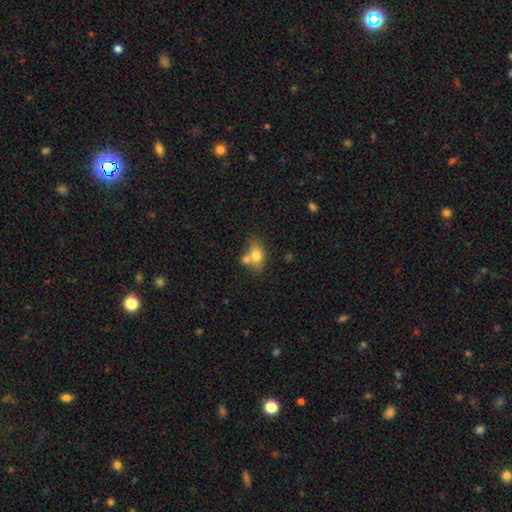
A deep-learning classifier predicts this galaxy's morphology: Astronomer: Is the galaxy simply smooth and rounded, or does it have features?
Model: smooth — 75%.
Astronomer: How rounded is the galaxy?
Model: in between — 69%.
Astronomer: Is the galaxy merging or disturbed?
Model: none — 46% (runner-up: merger, 36%).